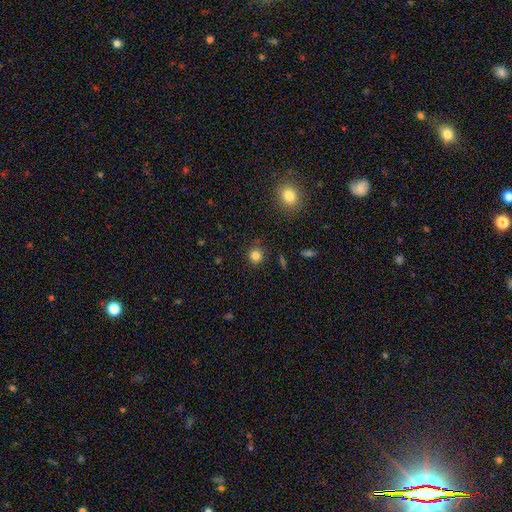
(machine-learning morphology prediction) Smooth or featured?
  - smooth: 82% *
  - star or artifact: 13%
  - featured or disk: 5%
How rounded?
  - round: 92% *
  - in between: 7%
  - cigar-shaped: 1%
Merging?
  - none: 88% *
  - minor disturbance: 8%
  - major disturbance: 2%
  - merger: 2%